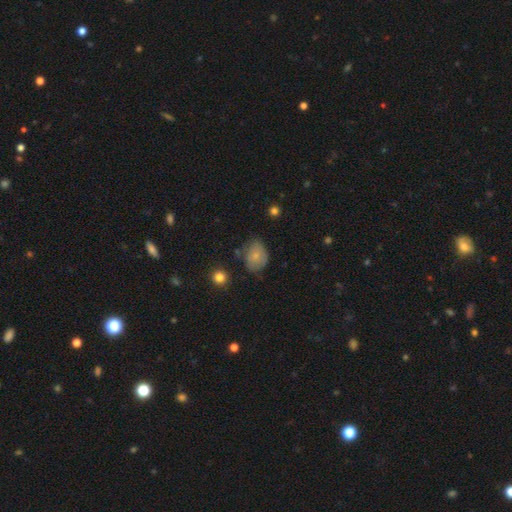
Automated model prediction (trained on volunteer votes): Smooth or featured?
  - smooth: 74% *
  - featured or disk: 17%
  - star or artifact: 8%
How rounded?
  - in between: 65% *
  - round: 34%
  - cigar-shaped: 1%
Merging?
  - none: 56% *
  - minor disturbance: 32%
  - major disturbance: 9%
  - merger: 3%